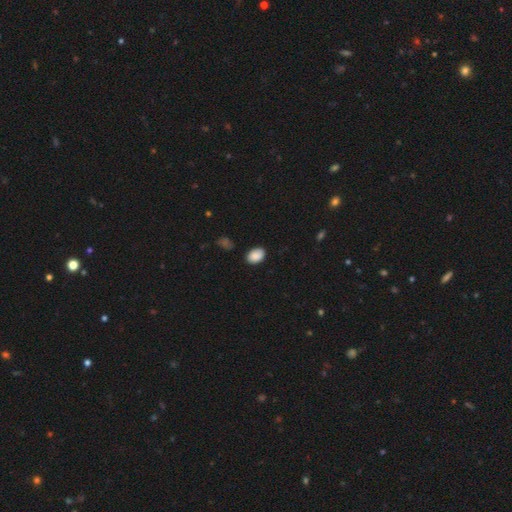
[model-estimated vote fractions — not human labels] Overall: smooth (88%). How rounded: in between (81%). Merging: none (81%).